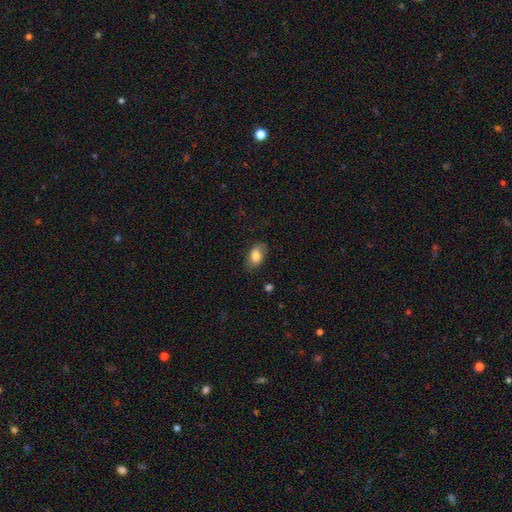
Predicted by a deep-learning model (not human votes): Smooth or featured? Predicted: smooth (p=0.78). How rounded? Predicted: in between (p=0.90). Merging? Predicted: none (p=0.75).